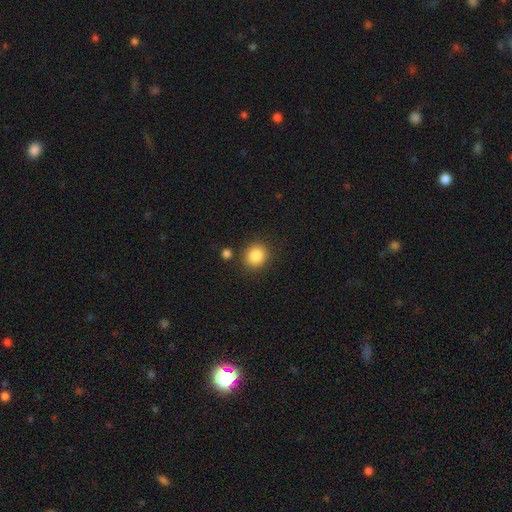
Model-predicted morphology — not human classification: Smooth or featured?
  - smooth: 86% *
  - star or artifact: 9%
  - featured or disk: 5%
How rounded?
  - round: 83% *
  - in between: 16%
  - cigar-shaped: 1%
Merging?
  - none: 85% *
  - minor disturbance: 8%
  - merger: 4%
  - major disturbance: 3%